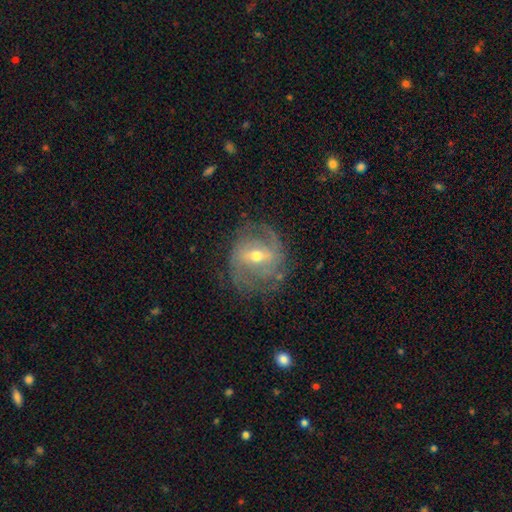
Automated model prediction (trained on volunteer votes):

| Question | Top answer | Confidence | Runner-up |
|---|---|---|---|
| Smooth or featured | featured or disk | 82% | smooth (12%) |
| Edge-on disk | no | 96% | yes (4%) |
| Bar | weak | 48% | strong (34%) |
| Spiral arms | yes | 88% | no (12%) |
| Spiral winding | medium | 43% | tight (37%) |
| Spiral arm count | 2 | 55% | can't tell (22%) |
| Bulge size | moderate | 59% | small (36%) |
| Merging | none | 69% | minor disturbance (19%) |